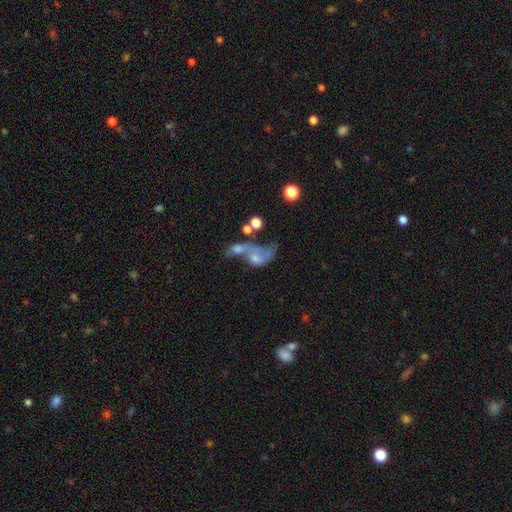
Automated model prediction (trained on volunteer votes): Morphology: type=featured or disk (45%); merging=merger (59%).